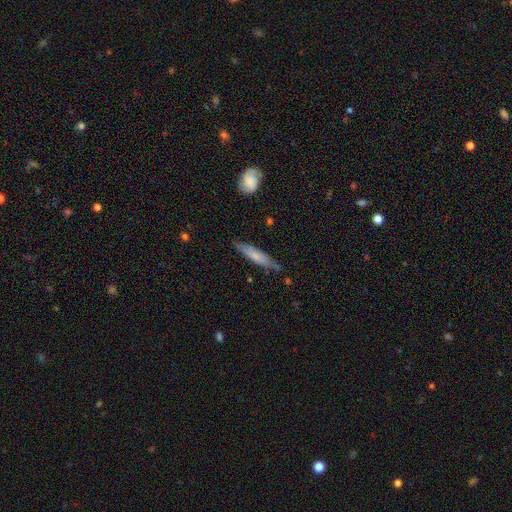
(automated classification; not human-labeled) A smooth galaxy with no disk features (59%) that is cigar-shaped (84%). Merging: none (76%).